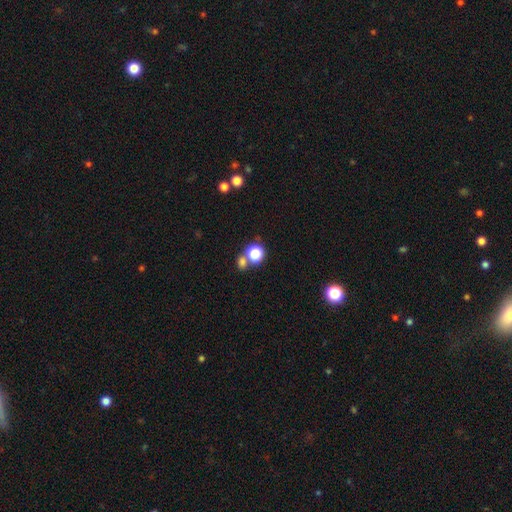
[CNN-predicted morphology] Smooth or featured? Predicted: smooth (p=0.70). How rounded? Predicted: round (p=0.76). Merging? Predicted: none (p=0.55).